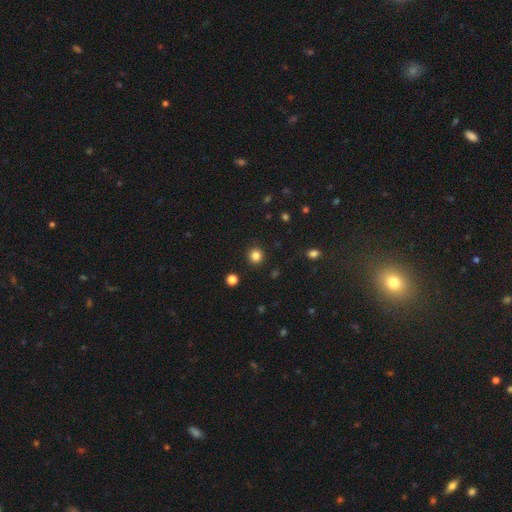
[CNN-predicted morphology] A smooth galaxy with no disk features (84%) that is round (93%). Merging: none (91%).